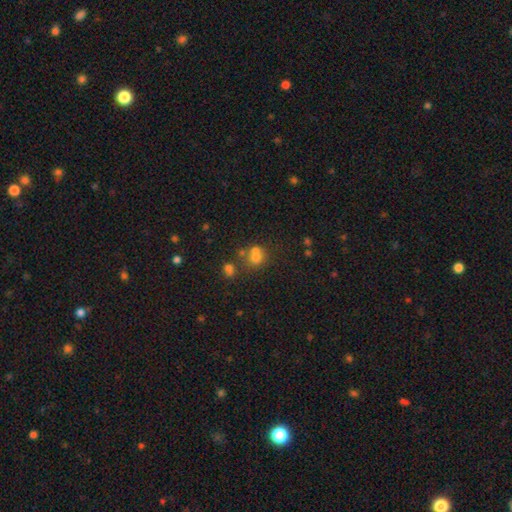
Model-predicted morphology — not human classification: Smooth or featured: smooth — 63% (star or artifact — 22%)
How rounded: round — 75% (in between — 24%)
Merging: merger — 44% (none — 41%)